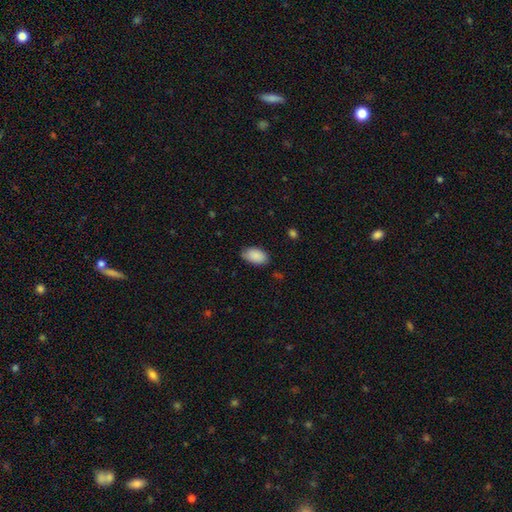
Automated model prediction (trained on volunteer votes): Overall: smooth (90%). How rounded: in between (95%). Merging: none (81%).